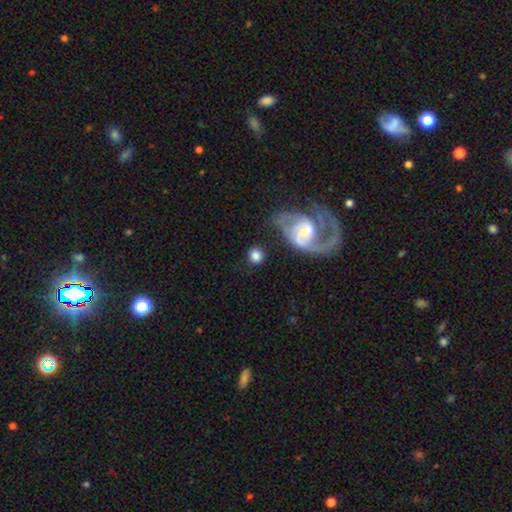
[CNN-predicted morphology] Smooth or featured? Predicted: smooth (p=0.74). How rounded? Predicted: round (p=0.89). Merging? Predicted: none (p=0.73).